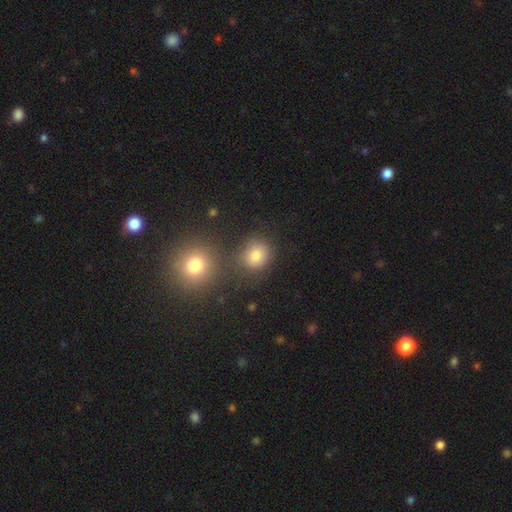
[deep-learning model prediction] Smooth or featured?
  - smooth: 76% *
  - star or artifact: 17%
  - featured or disk: 7%
How rounded?
  - round: 84% *
  - in between: 15%
  - cigar-shaped: 1%
Merging?
  - none: 74% *
  - merger: 13%
  - minor disturbance: 9%
  - major disturbance: 4%